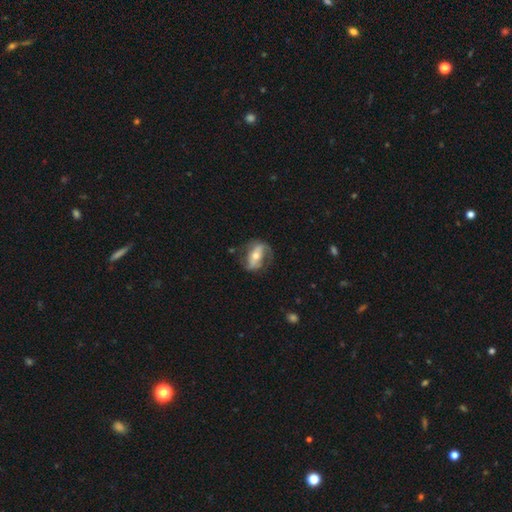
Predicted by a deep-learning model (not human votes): A featured or disk galaxy (71%) with a strong bar (49%), 2 (81%) medium (41%) spiral arms (77%) and a moderate central bulge (61%). Merging: none (65%).